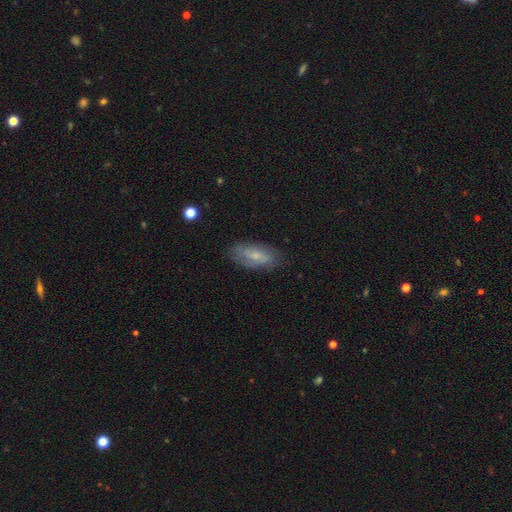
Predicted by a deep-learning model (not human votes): Morphology: type=featured or disk (49%); merging=none (77%).